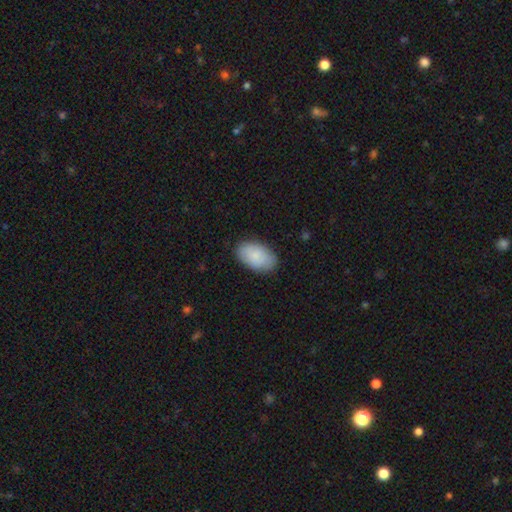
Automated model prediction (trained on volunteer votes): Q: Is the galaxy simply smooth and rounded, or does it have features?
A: smooth — 86%.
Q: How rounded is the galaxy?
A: in between — 94%.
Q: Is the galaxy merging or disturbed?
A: none — 85%.